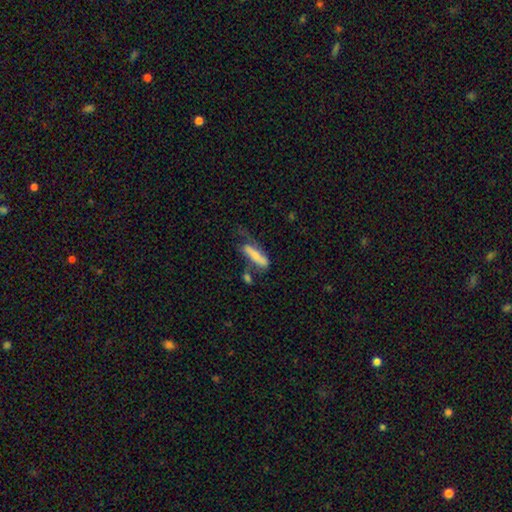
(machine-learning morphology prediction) type=smooth (58%); roundness=cigar-shaped (66%); merging=none (31%, tied with major disturbance).